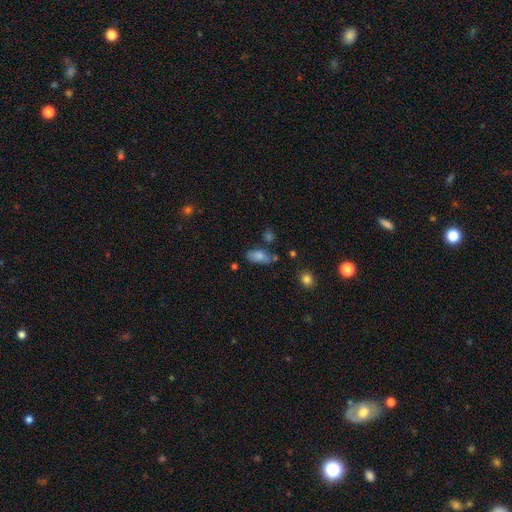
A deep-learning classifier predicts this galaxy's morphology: Smooth or featured? Predicted: smooth (p=0.65). How rounded? Predicted: in between (p=0.83). Merging? Predicted: none (p=0.68).